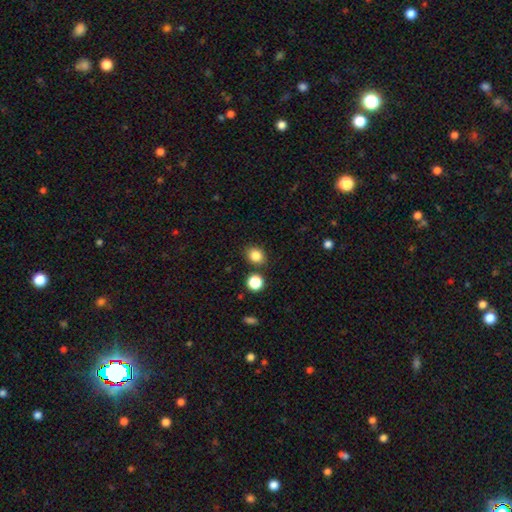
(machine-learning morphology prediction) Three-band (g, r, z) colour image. It shows a smooth galaxy with no disk features (83%) that is round (62%). Merging: none (81%).